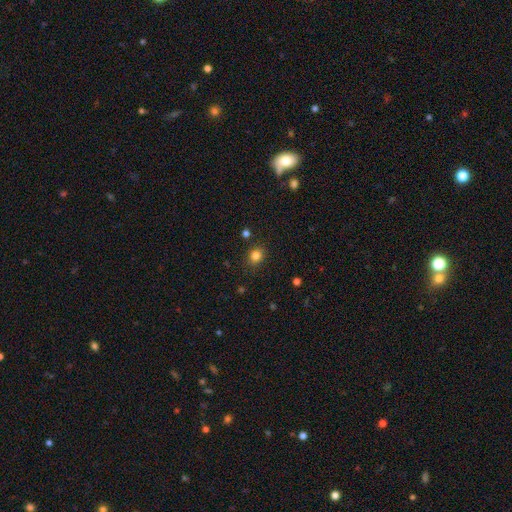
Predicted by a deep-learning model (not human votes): The model was most divided on "how rounded": round: 72%, in between: 27%, cigar-shaped: 1%. More confident: merging — none (86%); smooth or featured — smooth (82%).